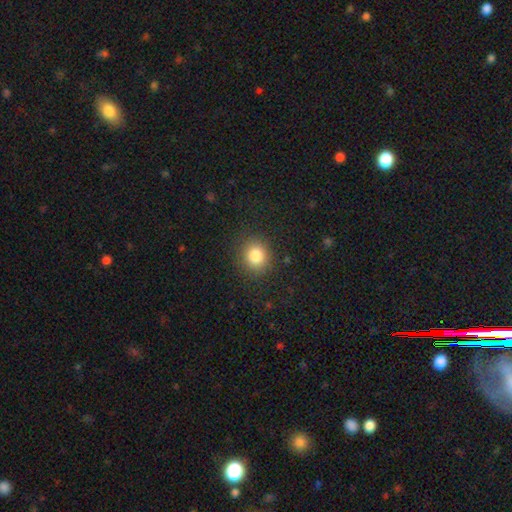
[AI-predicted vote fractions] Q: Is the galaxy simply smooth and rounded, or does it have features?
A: smooth — 83%.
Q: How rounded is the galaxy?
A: round — 81%.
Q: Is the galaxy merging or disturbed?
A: none — 88%.